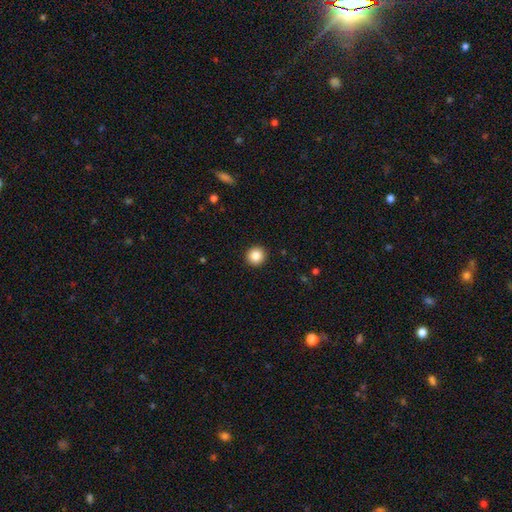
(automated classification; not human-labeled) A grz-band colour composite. It shows a smooth galaxy with no disk features (86%) that is round (95%). Merging: none (94%).